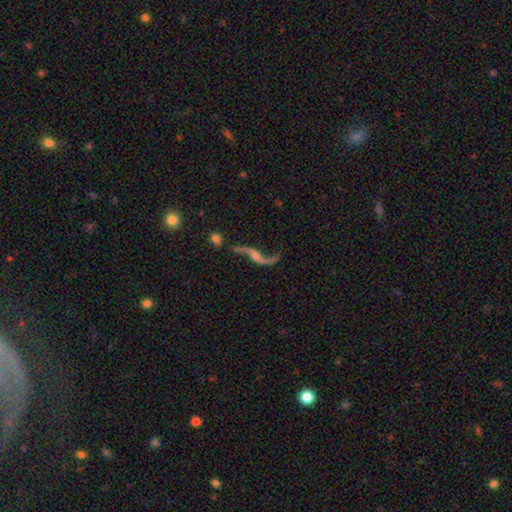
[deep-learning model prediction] featured or disk 86%, star or artifact 8%, smooth 6%. Down the decision tree: edge-on disk — no (87%); bar — no (51%); spiral arms — yes (95%); spiral arm count — 2 (92%); spiral winding — loose (95%); bulge size — small (42%); merging — none (66%).